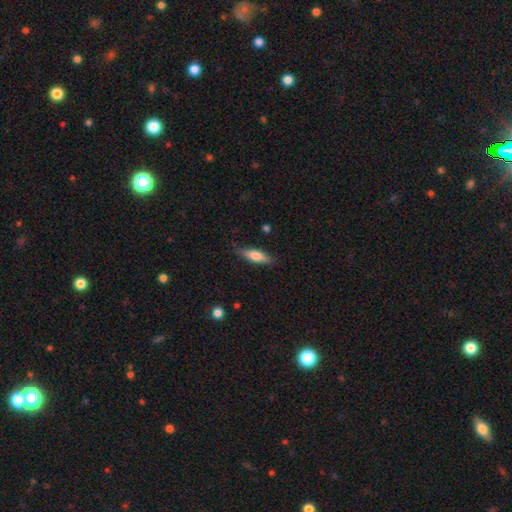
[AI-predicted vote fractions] Smooth or featured? smooth (71%)
How rounded? in between (50%)
Merging? none (80%)